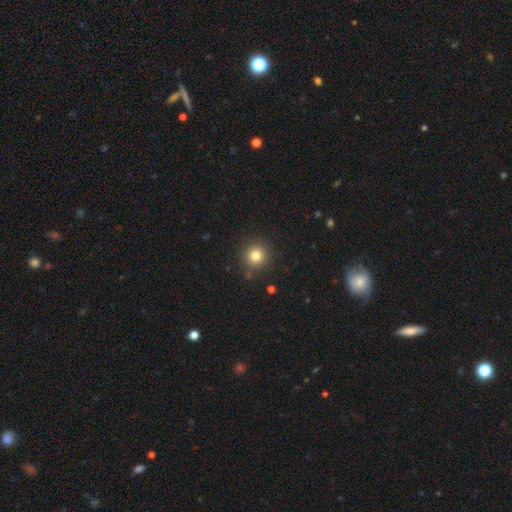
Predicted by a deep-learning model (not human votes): Smooth or featured?
  - smooth: 81% *
  - star or artifact: 13%
  - featured or disk: 7%
How rounded?
  - round: 95% *
  - in between: 5%
  - cigar-shaped: 1%
Merging?
  - none: 88% *
  - minor disturbance: 7%
  - major disturbance: 2%
  - merger: 2%